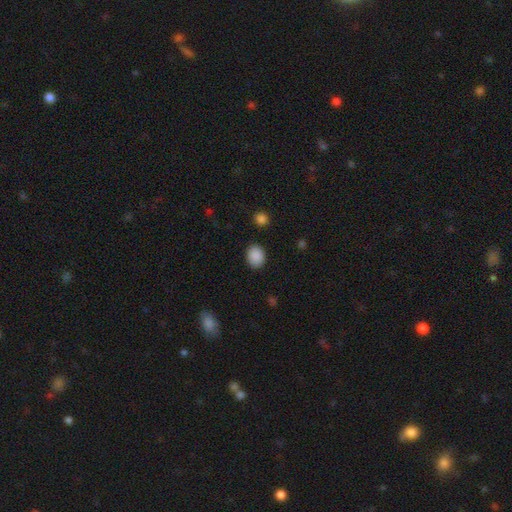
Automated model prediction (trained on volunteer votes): Smooth or featured? smooth (89%)
How rounded? in between (53%)
Merging? none (86%)